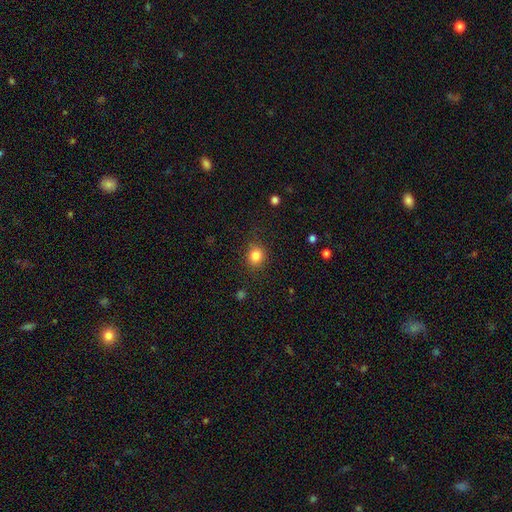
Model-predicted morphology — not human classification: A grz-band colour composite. It shows a smooth galaxy with no disk features (83%) that is round (73%). Merging: none (85%).